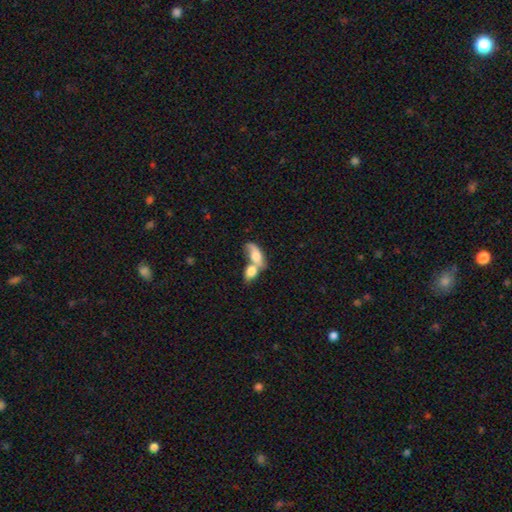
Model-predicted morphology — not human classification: Q: Smooth or featured?
A: smooth (62%); runner-up: featured or disk (30%)
Q: How rounded?
A: in between (80%); runner-up: cigar-shaped (10%)
Q: Merging?
A: merger (72%); runner-up: none (14%)